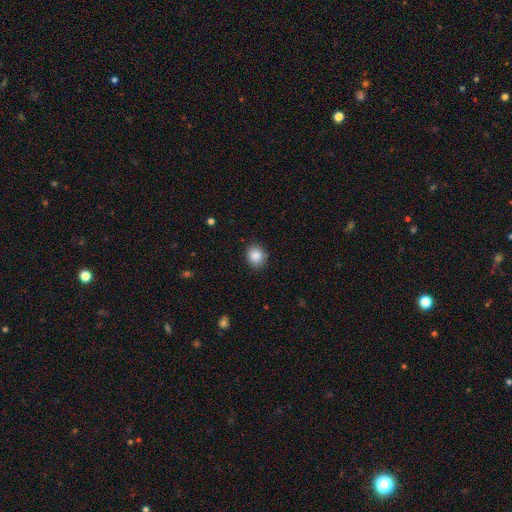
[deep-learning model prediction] smooth_or_featured: smooth (p=0.88) [alt: star or artifact p=0.09]
how_rounded: round (p=0.71) [alt: in between p=0.28]
merging: none (p=0.86) [alt: minor disturbance p=0.10]